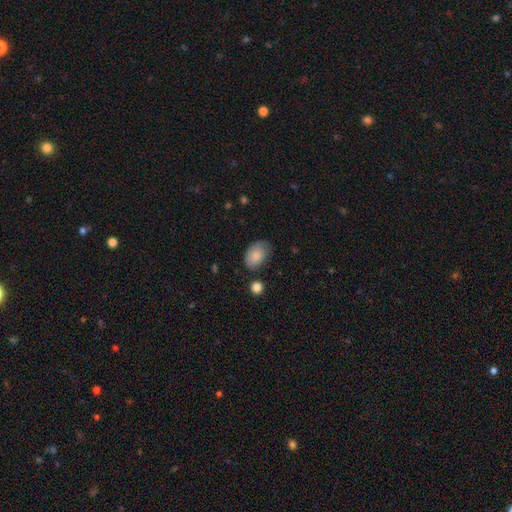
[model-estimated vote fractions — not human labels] Smooth or featured? Predicted: smooth (p=0.82). How rounded? Predicted: in between (p=0.85). Merging? Predicted: none (p=0.59).